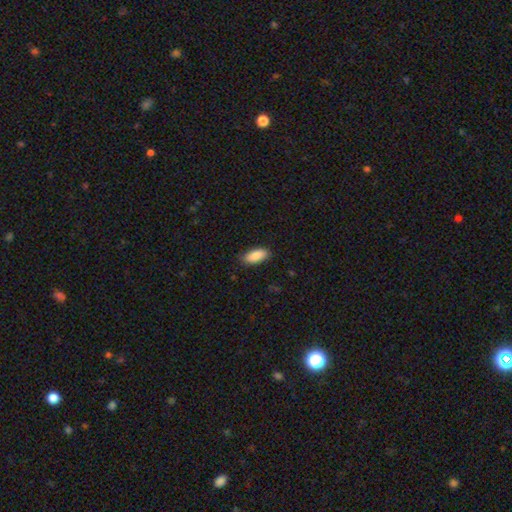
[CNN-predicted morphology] Overall: smooth (89%). How rounded: in between (87%). Merging: none (86%).